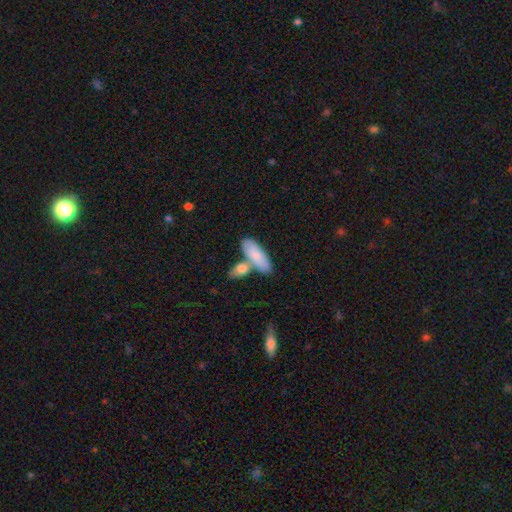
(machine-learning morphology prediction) Smooth or featured: smooth — 77% (featured or disk — 19%)
How rounded: in between — 72% (cigar-shaped — 25%)
Merging: none — 50% (merger — 34%)